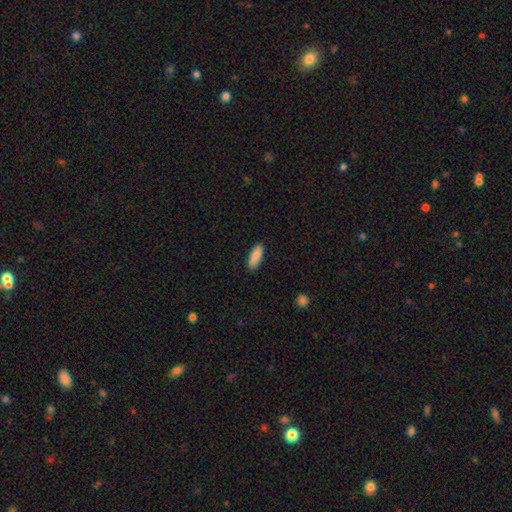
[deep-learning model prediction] This is clearly a smooth galaxy (88%). How rounded: likely in between (67%). Merging: clearly none (86%).